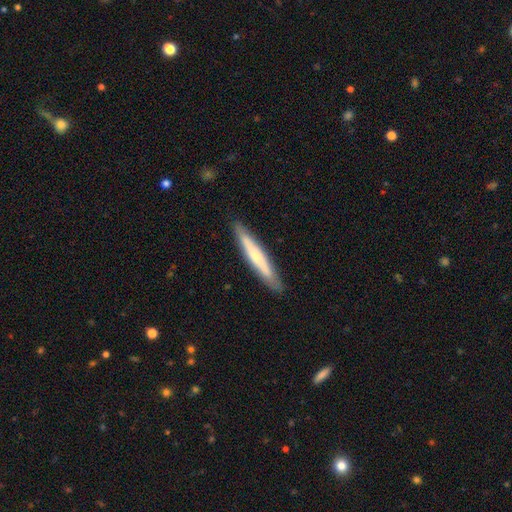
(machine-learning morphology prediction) Smooth or featured? Predicted: smooth (p=0.48). Merging? Predicted: none (p=0.89).